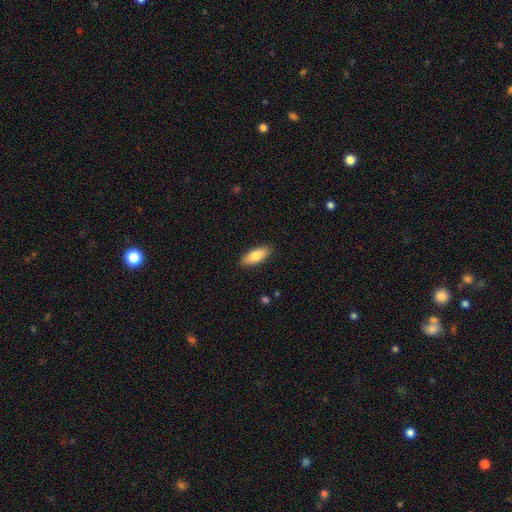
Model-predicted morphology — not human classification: type=smooth (80%); roundness=in between (77%); merging=none (88%).